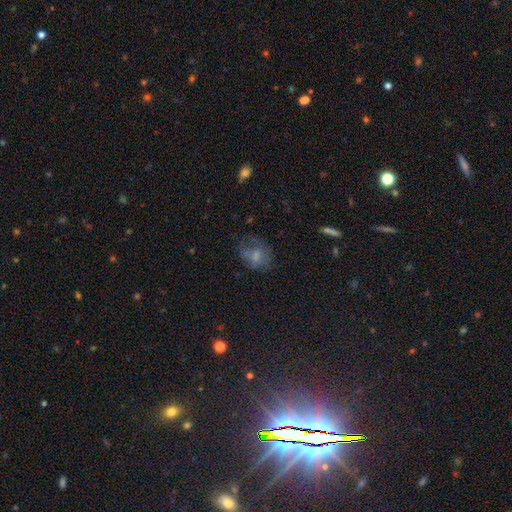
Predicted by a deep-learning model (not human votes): Smooth or featured? Predicted: smooth (p=0.61). How rounded? Predicted: in between (p=0.56). Merging? Predicted: none (p=0.47).